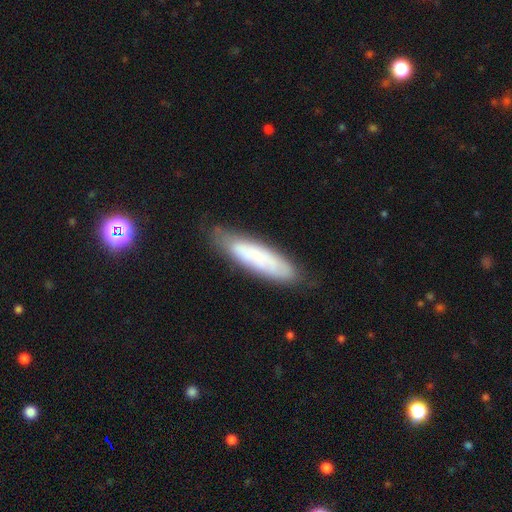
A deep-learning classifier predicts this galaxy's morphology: type=smooth (62%); roundness=cigar-shaped (71%); merging=none (72%).